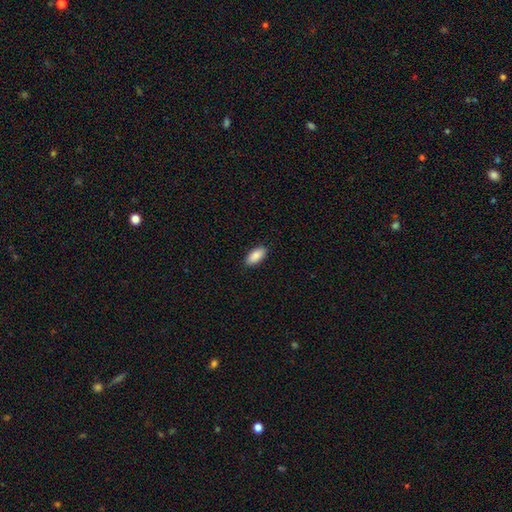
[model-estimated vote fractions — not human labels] This appears to be a smooth galaxy with no disk features (90%) that is in between round and cigar-shaped (91%). Merging: none (89%).